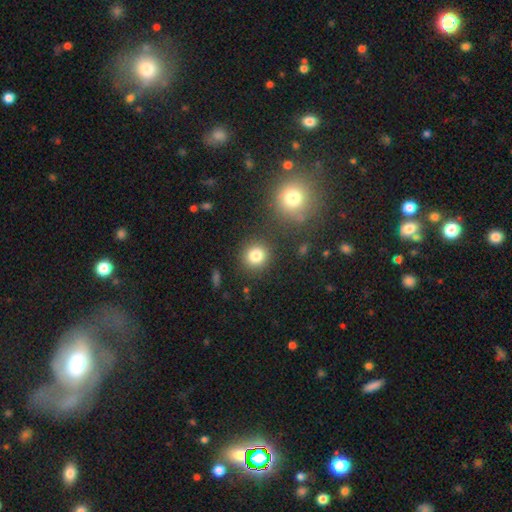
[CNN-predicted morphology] type=smooth (83%); roundness=round (88%); merging=none (85%).